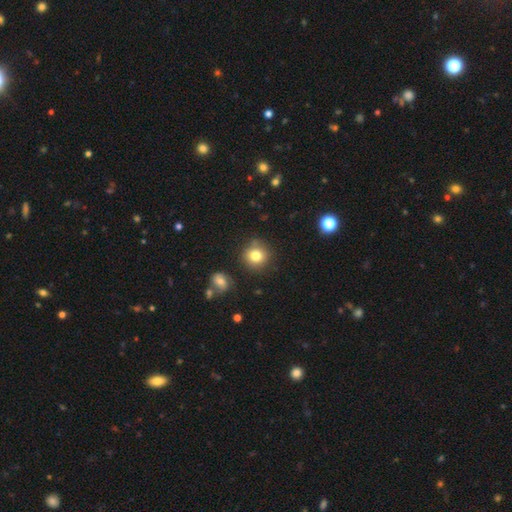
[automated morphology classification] A smooth galaxy with no disk features (81%) that is round (89%). Merging: none (83%).